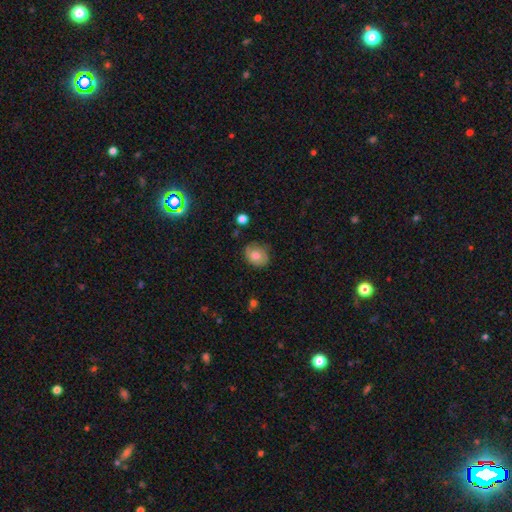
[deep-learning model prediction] Morphology: type=smooth (63%); roundness=round (61%); merging=none (72%).